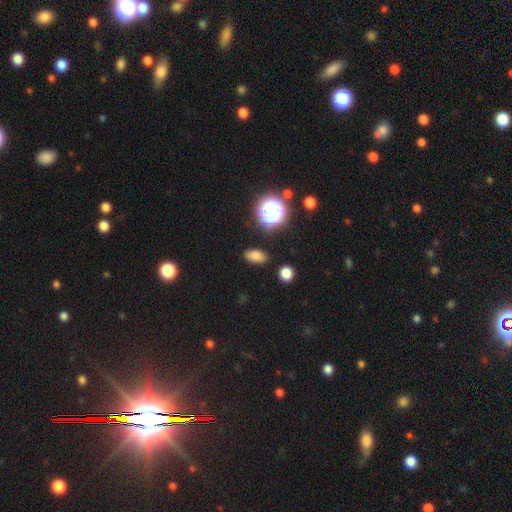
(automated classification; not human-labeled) Overall: smooth (79%). How rounded: in between (86%). Merging: none (85%).